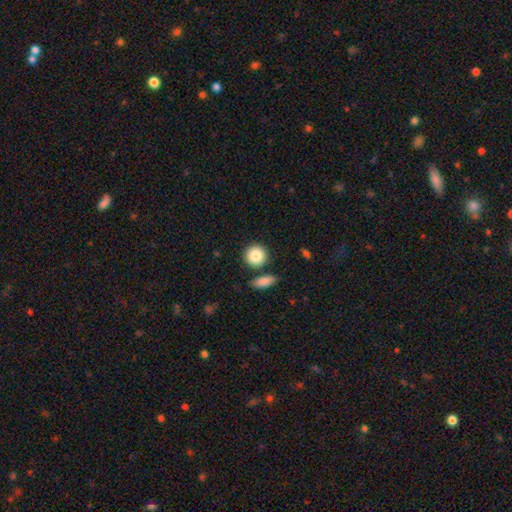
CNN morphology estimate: type=smooth (86%); roundness=round (89%); merging=none (79%).